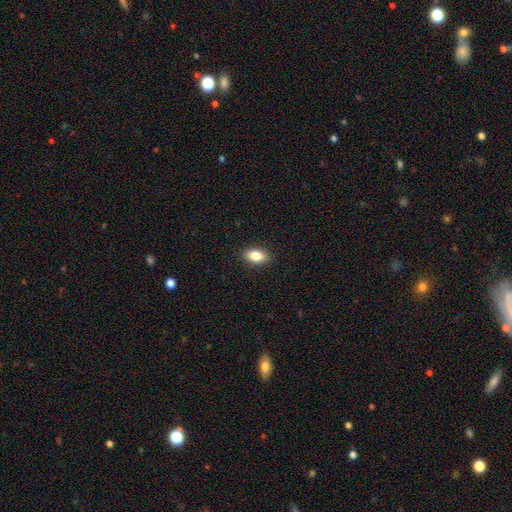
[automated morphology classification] Smooth or featured?
  - smooth: 83% *
  - featured or disk: 9%
  - star or artifact: 8%
How rounded?
  - in between: 87% *
  - round: 9%
  - cigar-shaped: 4%
Merging?
  - none: 89% *
  - minor disturbance: 8%
  - major disturbance: 2%
  - merger: 1%